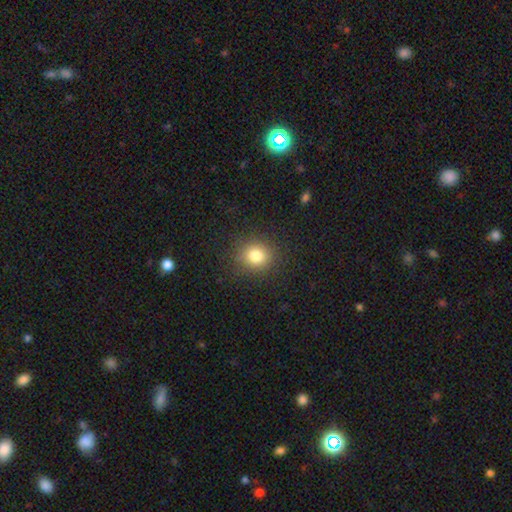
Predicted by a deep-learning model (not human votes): smooth-or-featured: smooth: 80% | star or artifact: 13% | featured or disk: 7%
  how-rounded: round: 82% | in between: 17% | cigar-shaped: 1%
  merging: none: 89% | minor disturbance: 7% | major disturbance: 3% | merger: 1%